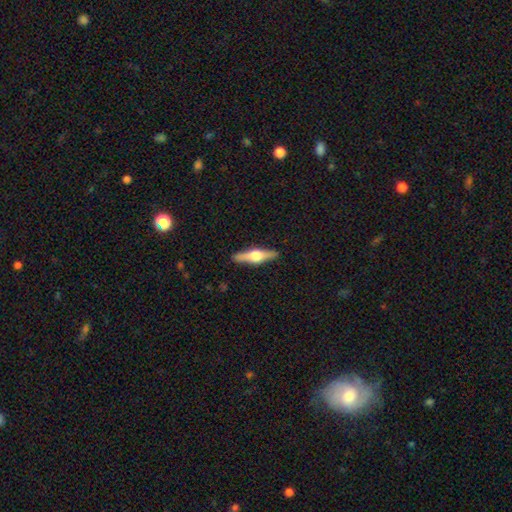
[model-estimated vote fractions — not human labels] Q: Smooth or featured?
A: featured or disk (64%); runner-up: smooth (30%)
Q: Edge-on disk?
A: yes (96%); runner-up: no (4%)
Q: Edge-on bulge?
A: rounded (95%); runner-up: boxy (4%)
Q: Merging?
A: none (90%); runner-up: minor disturbance (7%)